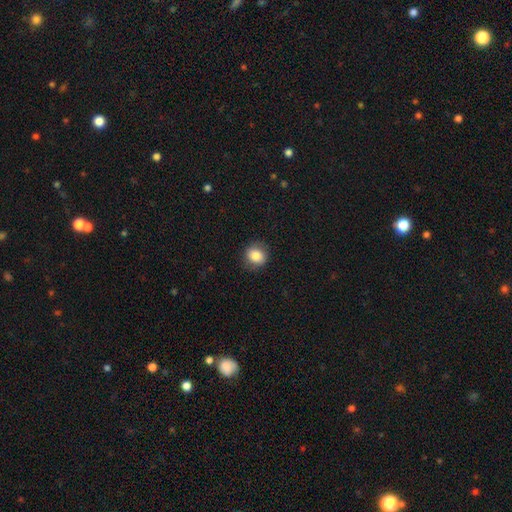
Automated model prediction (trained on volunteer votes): Smooth or featured? smooth (82%)
How rounded? round (78%)
Merging? none (85%)